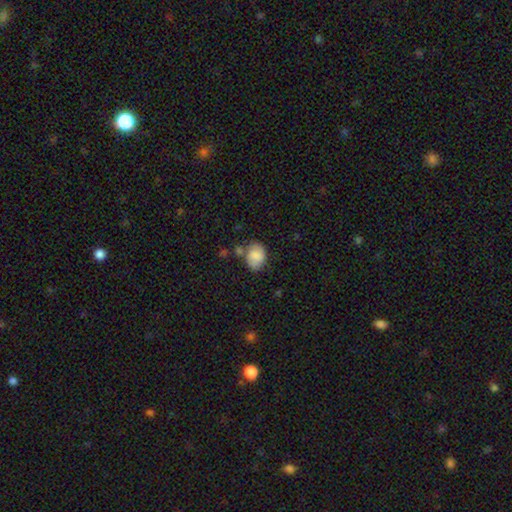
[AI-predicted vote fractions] Morphology: type=smooth (81%); roundness=in between (64%); merging=none (57%).